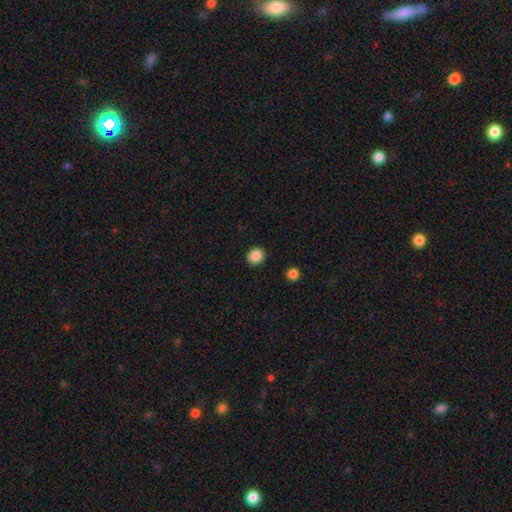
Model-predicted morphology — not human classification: The model was most divided on "how rounded": round: 77%, in between: 23%, cigar-shaped: 1%. More confident: merging — none (91%); smooth or featured — smooth (87%).